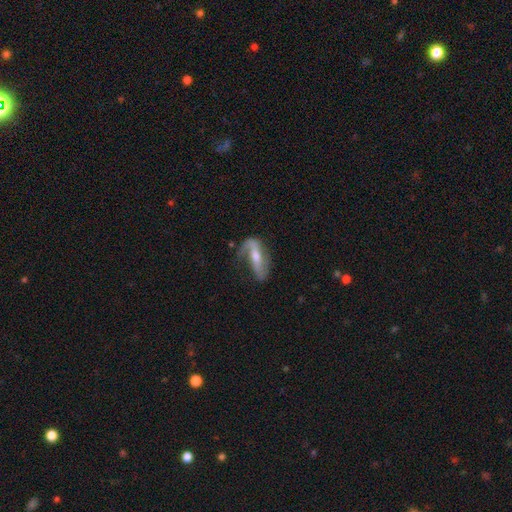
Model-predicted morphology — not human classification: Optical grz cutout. It shows a featured or disk galaxy (73%) with a strong bar (42%), 2 (72%) loose (61%) spiral arms (85%) and a moderate central bulge (57%). Merging: none (49%).